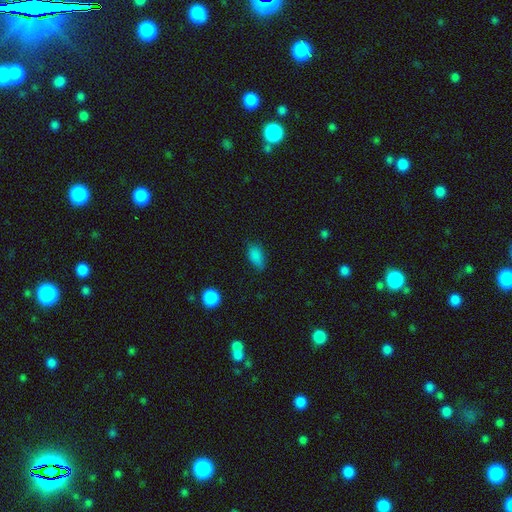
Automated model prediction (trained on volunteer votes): Smooth or featured? smooth (85%)
How rounded? in between (89%)
Merging? none (76%)